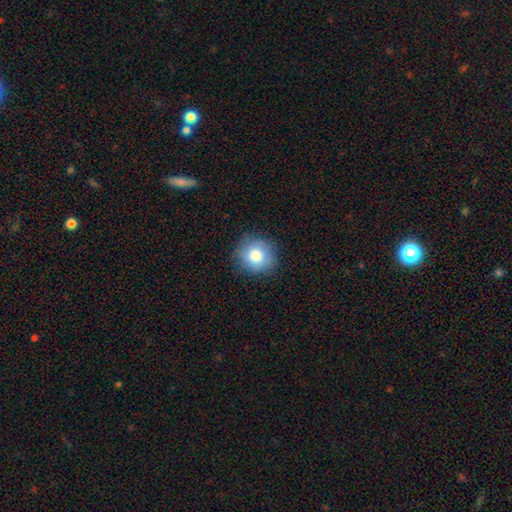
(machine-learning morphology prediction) Smooth or featured? Predicted: smooth (p=0.82). How rounded? Predicted: round (p=0.87). Merging? Predicted: none (p=0.80).